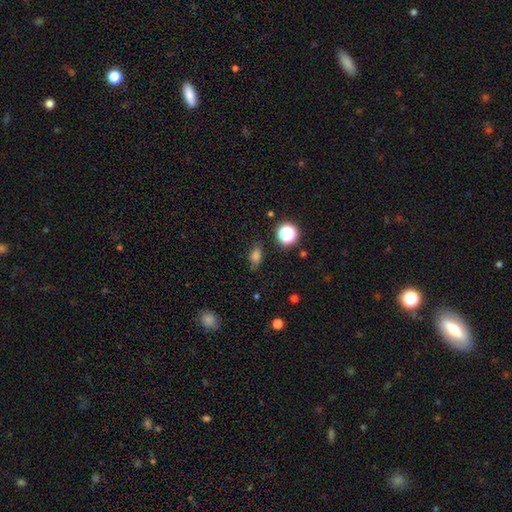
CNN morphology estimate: This is likely a smooth galaxy (77%). How rounded: likely in between (72%). Merging: likely none (75%).